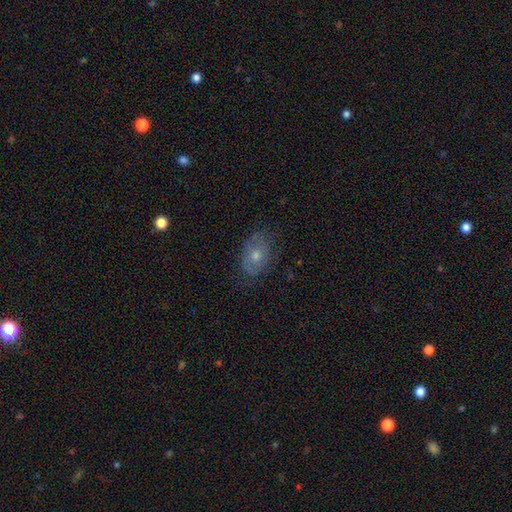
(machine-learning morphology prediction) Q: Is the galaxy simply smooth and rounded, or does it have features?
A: featured or disk — 46%.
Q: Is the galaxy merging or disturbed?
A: none — 72%.